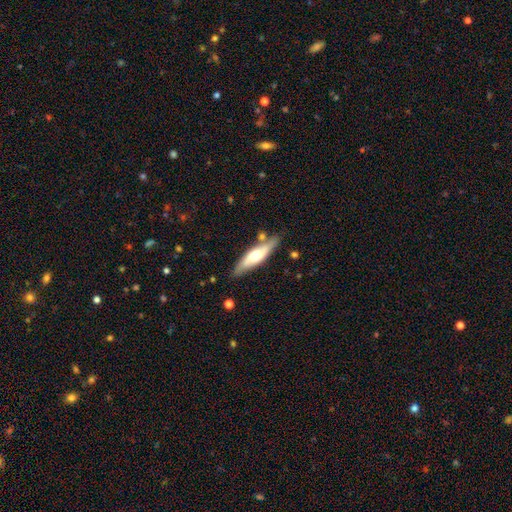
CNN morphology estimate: Smooth or featured? featured or disk (49%)
Merging? none (78%)